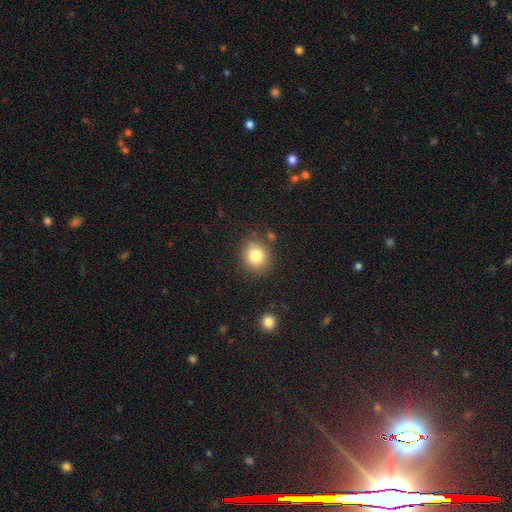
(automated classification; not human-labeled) Q: Smooth or featured?
A: smooth (81%); runner-up: star or artifact (11%)
Q: How rounded?
A: round (76%); runner-up: in between (24%)
Q: Merging?
A: none (82%); runner-up: minor disturbance (11%)